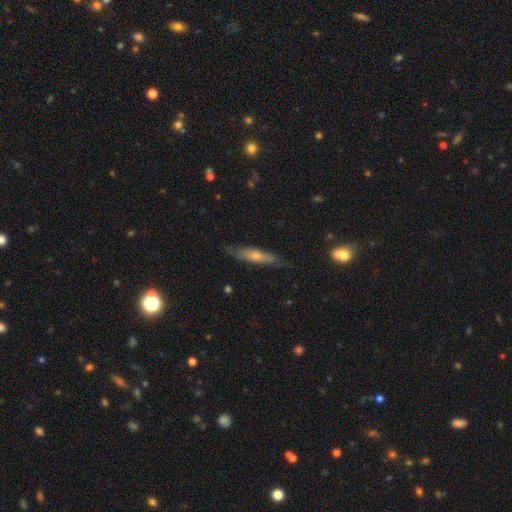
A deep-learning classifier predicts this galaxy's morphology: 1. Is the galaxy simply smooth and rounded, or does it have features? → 48% featured or disk, 45% smooth, 7% star or artifact.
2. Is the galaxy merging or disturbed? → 74% none, 20% minor disturbance, 4% major disturbance, 1% merger.